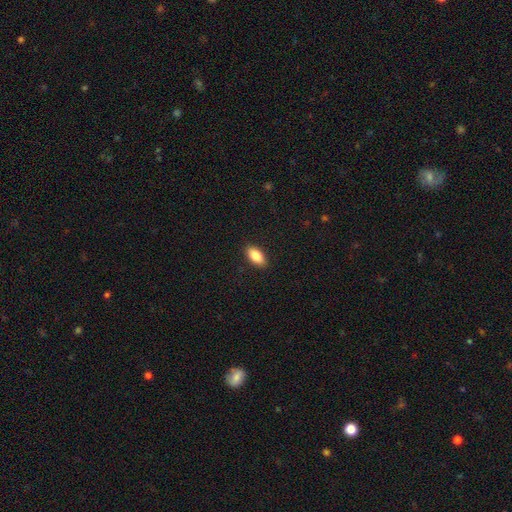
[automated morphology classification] This is clearly a smooth galaxy (85%). How rounded: clearly in between (91%). Merging: clearly none (89%).